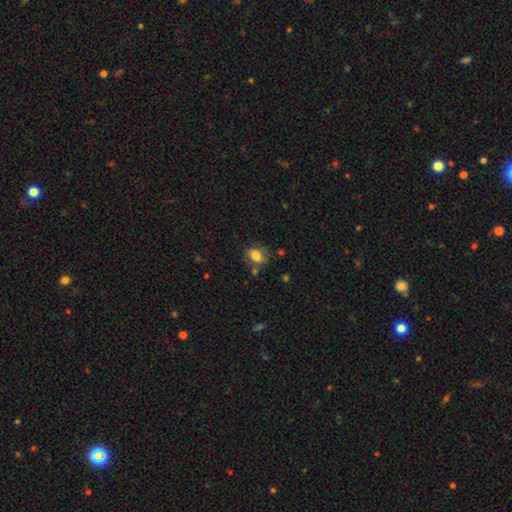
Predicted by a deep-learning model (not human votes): Smooth or featured?
  - smooth: 77% *
  - featured or disk: 14%
  - star or artifact: 10%
How rounded?
  - in between: 56% *
  - round: 43%
  - cigar-shaped: 1%
Merging?
  - none: 68% *
  - minor disturbance: 19%
  - merger: 7%
  - major disturbance: 6%